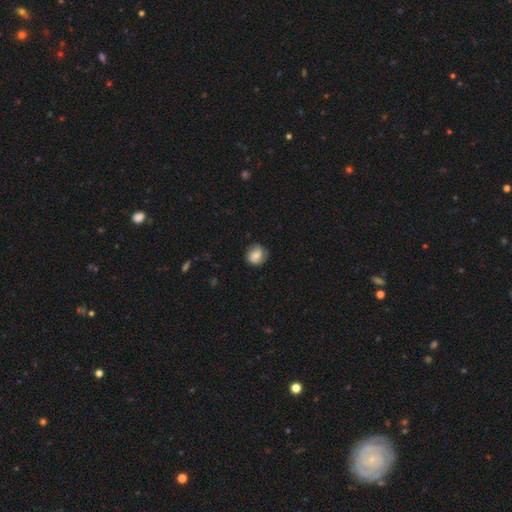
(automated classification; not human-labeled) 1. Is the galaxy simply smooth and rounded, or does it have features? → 60% smooth, 32% featured or disk, 8% star or artifact.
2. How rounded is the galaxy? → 80% round, 19% in between, 1% cigar-shaped.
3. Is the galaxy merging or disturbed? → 72% none, 20% minor disturbance, 6% major disturbance, 1% merger.